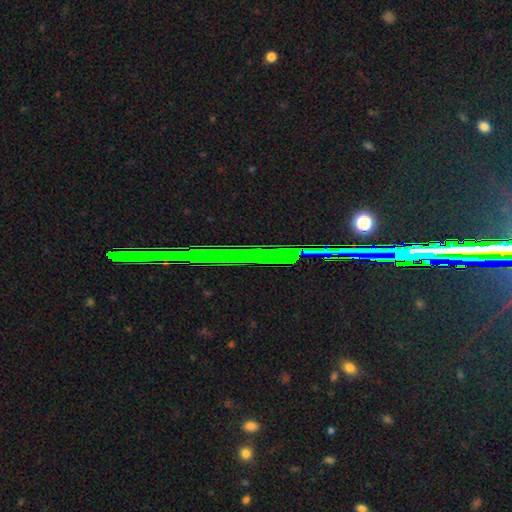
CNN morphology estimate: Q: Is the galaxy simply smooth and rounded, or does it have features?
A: star or artifact — 84%.